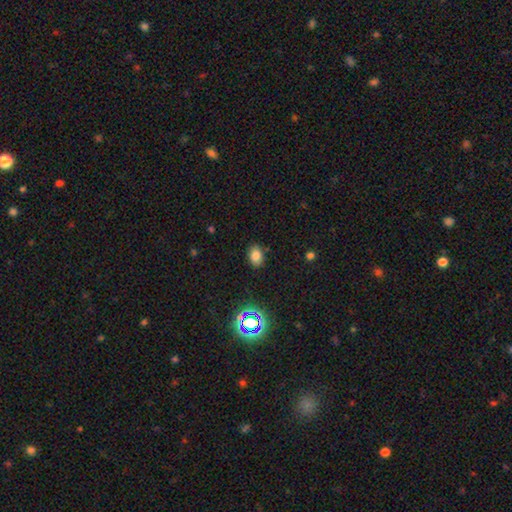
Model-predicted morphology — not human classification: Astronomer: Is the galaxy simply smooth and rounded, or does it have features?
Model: smooth — 77%.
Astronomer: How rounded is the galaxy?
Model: in between — 80%.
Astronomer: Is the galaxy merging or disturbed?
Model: none — 87%.